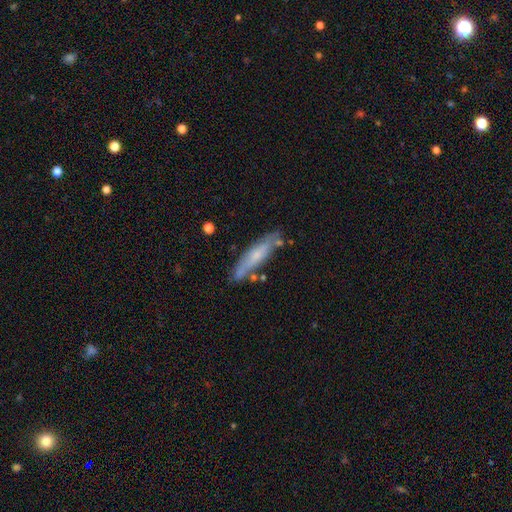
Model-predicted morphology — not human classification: This is possibly a smooth galaxy (48%). Merging: likely none (70%).